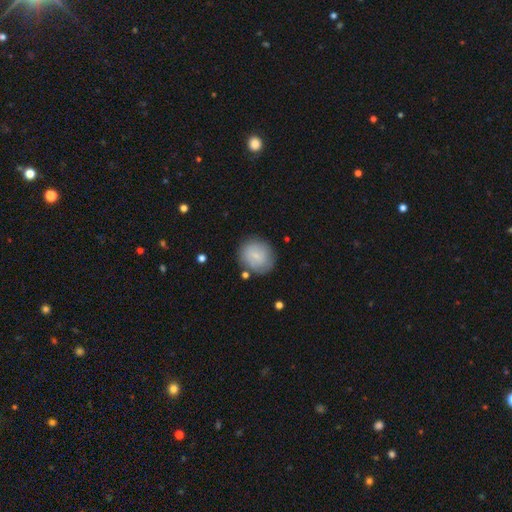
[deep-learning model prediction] Smooth or featured? smooth (72%)
How rounded? round (79%)
Merging? none (80%)